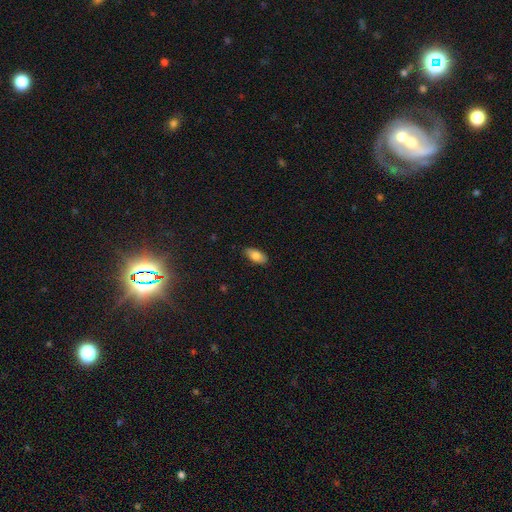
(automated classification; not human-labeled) Q: Smooth or featured?
A: smooth (81%); runner-up: featured or disk (12%)
Q: How rounded?
A: in between (92%); runner-up: cigar-shaped (6%)
Q: Merging?
A: none (86%); runner-up: minor disturbance (11%)